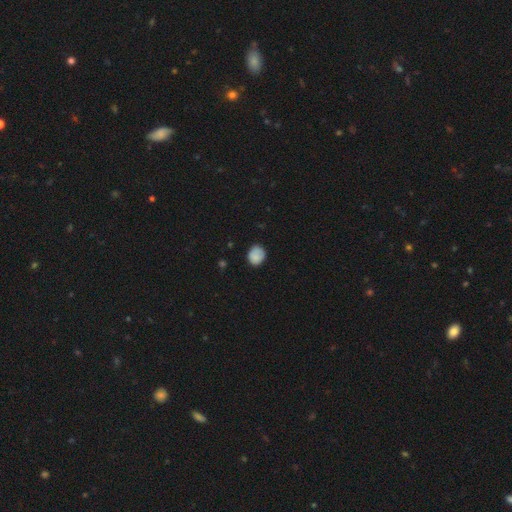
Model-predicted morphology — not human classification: Smooth or featured: smooth — 83% (star or artifact — 9%)
How rounded: round — 72% (in between — 27%)
Merging: none — 75% (minor disturbance — 20%)